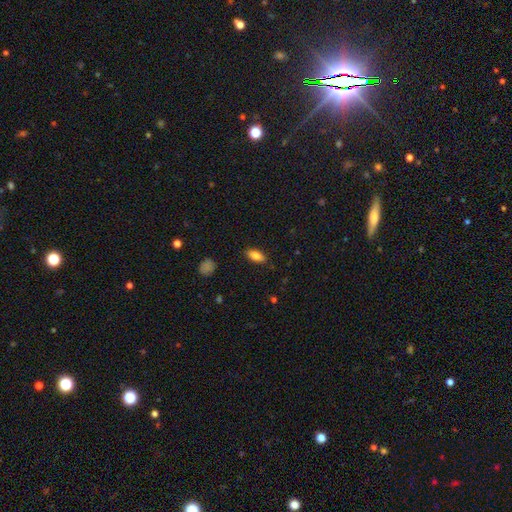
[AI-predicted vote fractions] Smooth or featured: smooth — 83% (featured or disk — 9%)
How rounded: in between — 85% (cigar-shaped — 12%)
Merging: none — 85% (minor disturbance — 11%)